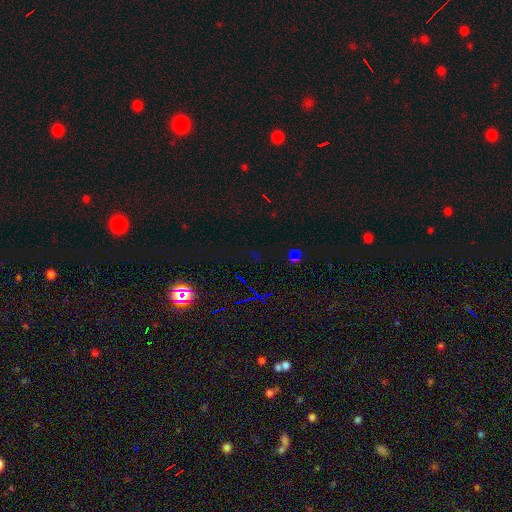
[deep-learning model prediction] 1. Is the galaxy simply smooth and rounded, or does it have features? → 71% star or artifact, 18% smooth, 11% featured or disk.